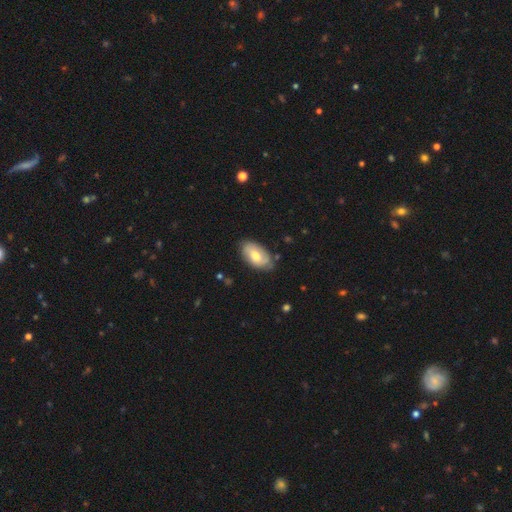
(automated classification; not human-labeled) A smooth galaxy with no disk features (57%) that is in between round and cigar-shaped (93%). Merging: none (73%).